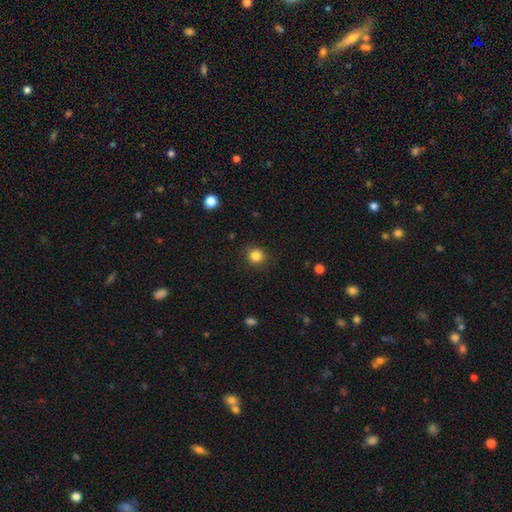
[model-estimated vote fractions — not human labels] The model was most divided on "smooth or featured": smooth: 84%, star or artifact: 12%, featured or disk: 4%. More confident: merging — none (88%); how rounded — round (88%).